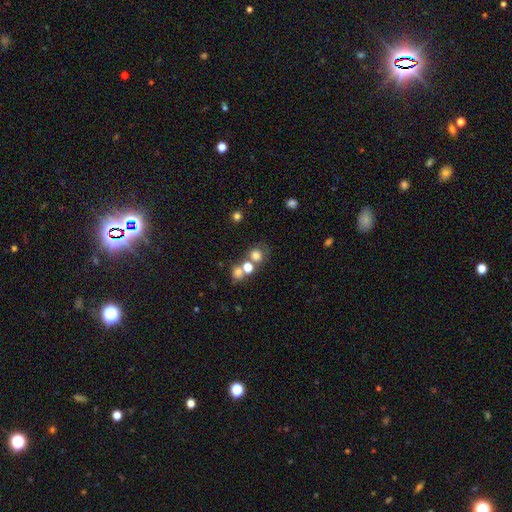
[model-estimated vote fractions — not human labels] Overall: smooth (70%). How rounded: round (78%). Merging: none (49%; merger 33%).